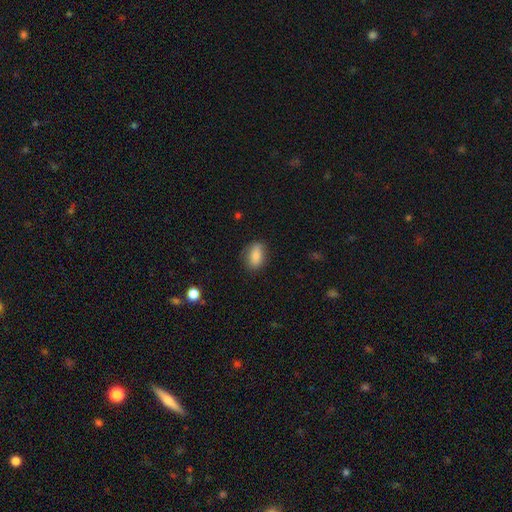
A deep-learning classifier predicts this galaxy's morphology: smooth_or_featured: smooth (p=0.84) [alt: featured or disk p=0.08]
how_rounded: in between (p=0.84) [alt: round p=0.12]
merging: none (p=0.79) [alt: minor disturbance p=0.16]